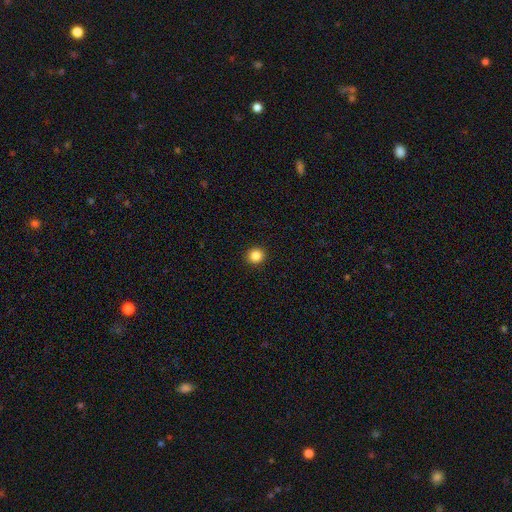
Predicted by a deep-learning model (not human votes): A smooth galaxy with no disk features (85%) that is round (92%).

Vote fractions:
- Smooth or featured? smooth: 85% / star or artifact: 11% / featured or disk: 4%
- How rounded? round: 92% / in between: 7% / cigar-shaped: 1%
- Merging? none: 93% / minor disturbance: 4% / major disturbance: 1% / merger: 1%